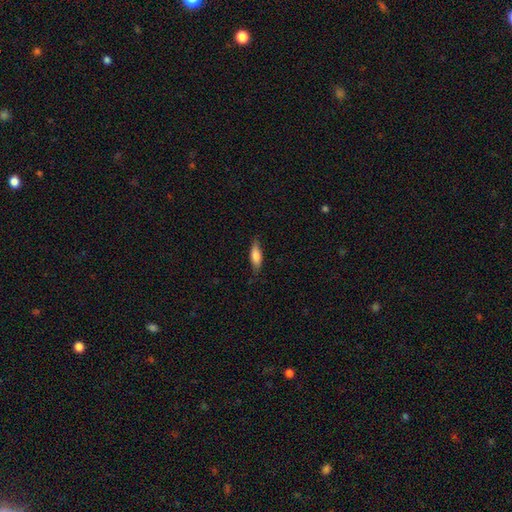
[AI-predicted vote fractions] This appears to be a smooth galaxy with no disk features (78%) that is in between round and cigar-shaped (54%). Merging: none (77%).